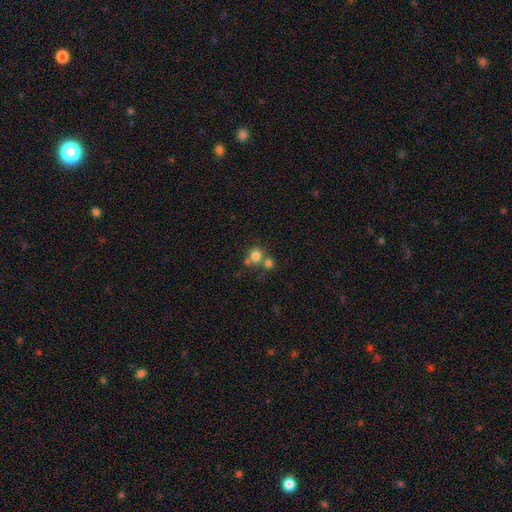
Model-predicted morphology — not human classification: Smooth or featured?
  - smooth: 77% *
  - star or artifact: 13%
  - featured or disk: 10%
How rounded?
  - round: 81% *
  - in between: 18%
  - cigar-shaped: 1%
Merging?
  - none: 48% *
  - merger: 40%
  - minor disturbance: 8%
  - major disturbance: 4%